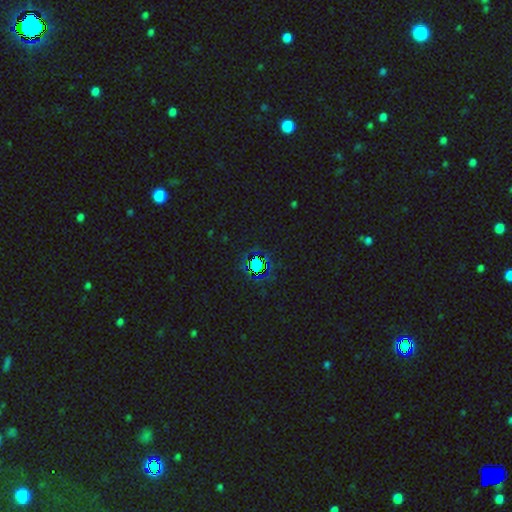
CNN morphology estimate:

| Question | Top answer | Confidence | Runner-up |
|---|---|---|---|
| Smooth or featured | star or artifact | 76% | smooth (14%) |